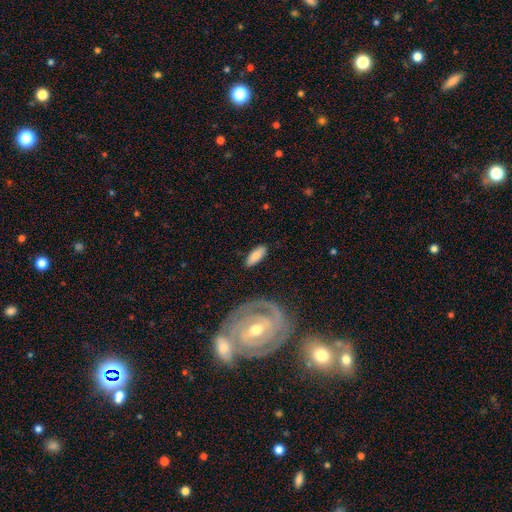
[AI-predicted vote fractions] Smooth or featured: smooth — 76% (featured or disk — 19%)
How rounded: in between — 69% (cigar-shaped — 29%)
Merging: none — 82% (minor disturbance — 12%)